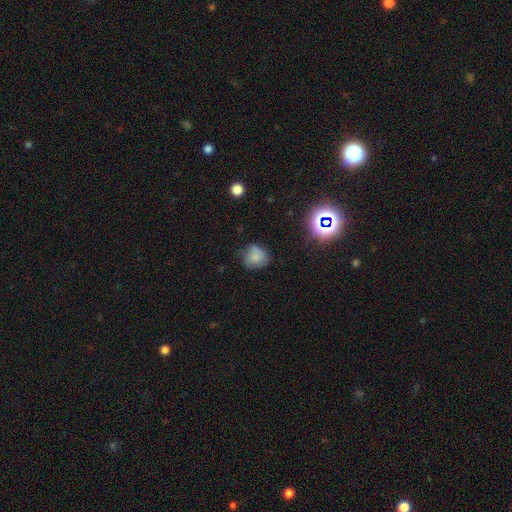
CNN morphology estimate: smooth-or-featured: smooth: 73% | star or artifact: 14% | featured or disk: 13%
  how-rounded: round: 76% | in between: 23% | cigar-shaped: 1%
  merging: none: 62% | minor disturbance: 27% | major disturbance: 8% | merger: 3%